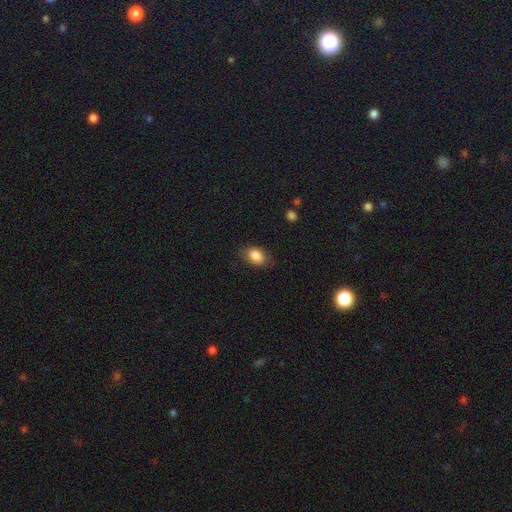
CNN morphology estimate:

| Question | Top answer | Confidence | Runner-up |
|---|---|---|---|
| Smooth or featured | smooth | 84% | featured or disk (8%) |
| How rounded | in between | 83% | round (15%) |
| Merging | none | 75% | minor disturbance (18%) |